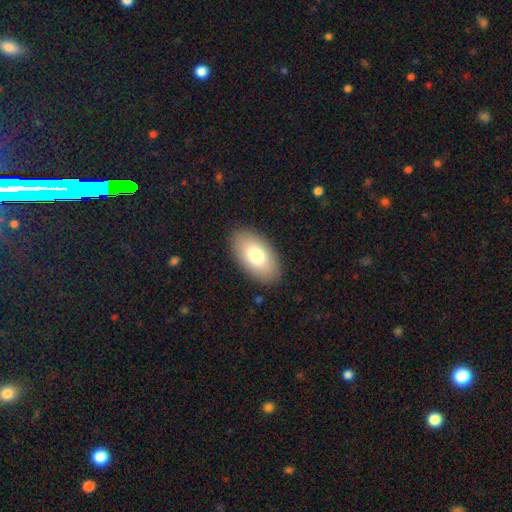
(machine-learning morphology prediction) The model was most divided on "smooth or featured": smooth: 76%, featured or disk: 16%, star or artifact: 8%. More confident: how rounded — in between (95%); merging — none (88%).